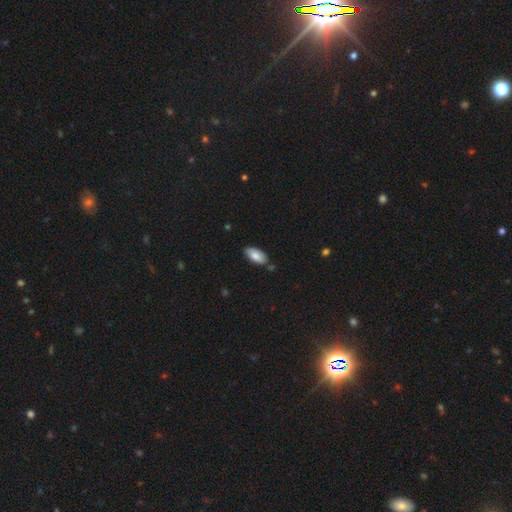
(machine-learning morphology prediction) Overall: smooth (81%). How rounded: in between (92%). Merging: none (77%).